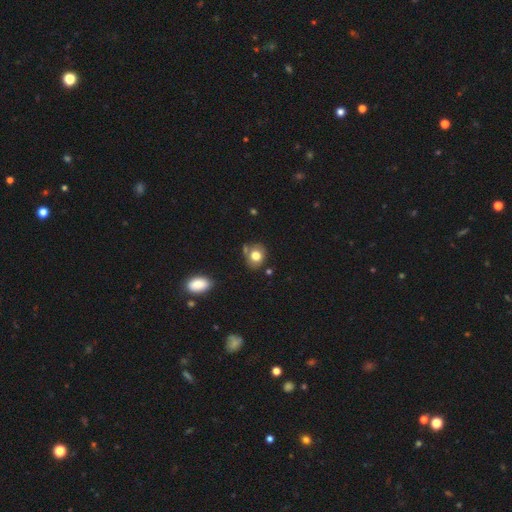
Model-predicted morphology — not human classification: smooth_or_featured: smooth (p=0.76) [alt: featured or disk p=0.14]
how_rounded: round (p=0.69) [alt: in between p=0.30]
merging: none (p=0.65) [alt: minor disturbance p=0.18]